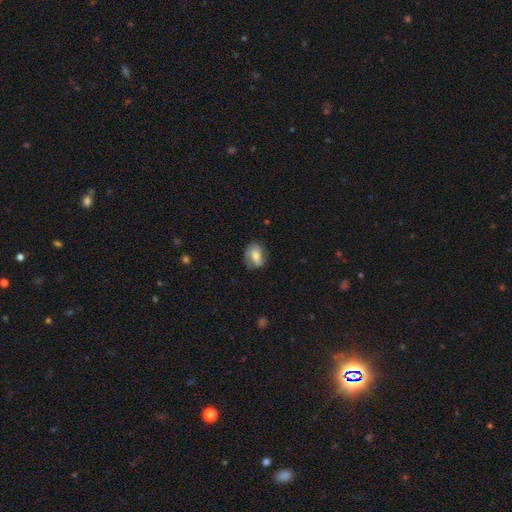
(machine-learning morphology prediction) The model was most divided on "smooth or featured": smooth: 51%, featured or disk: 40%, star or artifact: 8%. More confident: merging — none (70%); how rounded — in between (64%).